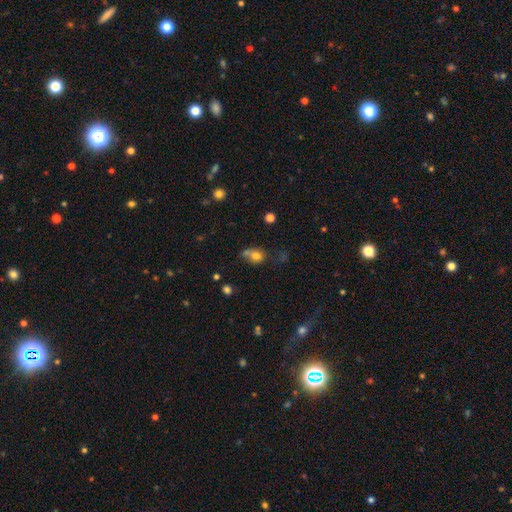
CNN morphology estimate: Smooth or featured?
  - smooth: 75% *
  - star or artifact: 13%
  - featured or disk: 11%
How rounded?
  - round: 54% *
  - in between: 44%
  - cigar-shaped: 2%
Merging?
  - none: 39% *
  - merger: 31%
  - minor disturbance: 19%
  - major disturbance: 11%